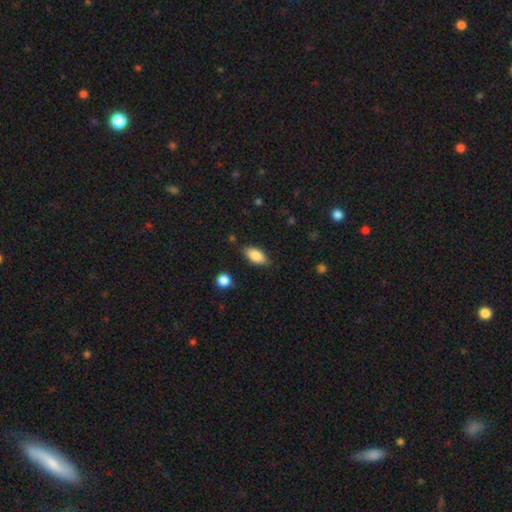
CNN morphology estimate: type=smooth (83%); roundness=in between (89%); merging=none (81%).